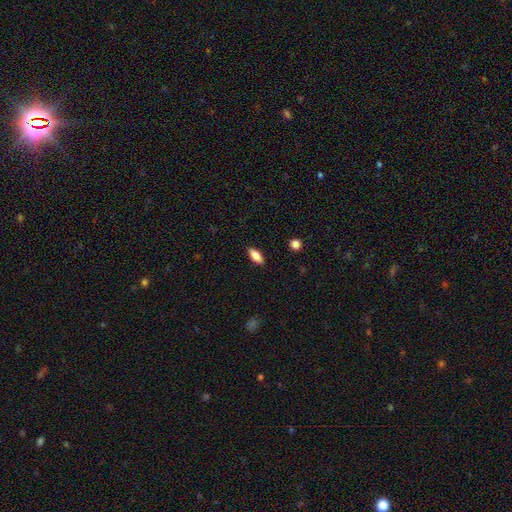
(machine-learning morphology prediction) smooth-or-featured: smooth: 80% | featured or disk: 13% | star or artifact: 7%
  how-rounded: in between: 79% | cigar-shaped: 18% | round: 2%
  merging: none: 89% | minor disturbance: 8% | major disturbance: 2% | merger: 1%